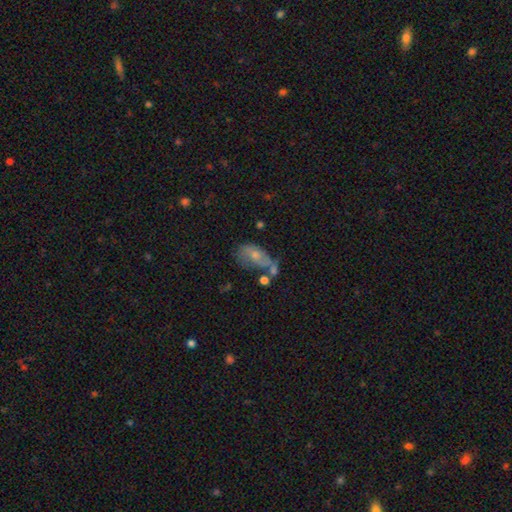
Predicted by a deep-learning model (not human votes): Smooth or featured?
  - smooth: 50% *
  - featured or disk: 40%
  - star or artifact: 10%
How rounded?
  - in between: 88% *
  - round: 8%
  - cigar-shaped: 4%
Merging?
  - none: 29% *
  - minor disturbance: 26%
  - major disturbance: 23%
  - merger: 22%